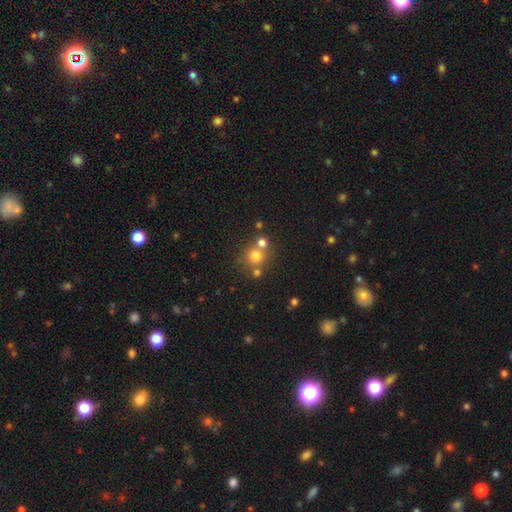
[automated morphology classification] Smooth or featured: smooth — 72% (star or artifact — 17%)
How rounded: round — 90% (in between — 9%)
Merging: none — 61% (merger — 28%)